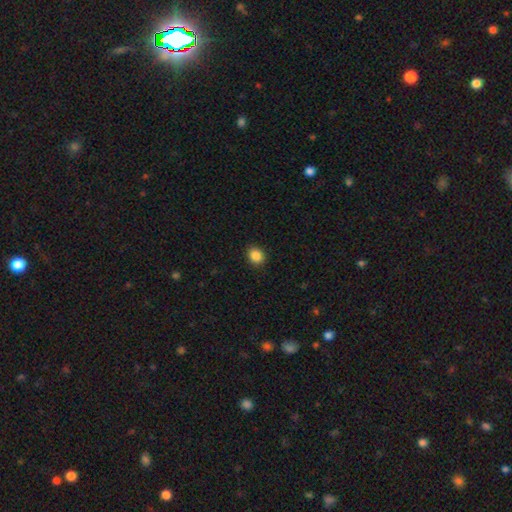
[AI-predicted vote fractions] Smooth or featured? Predicted: smooth (p=0.87). How rounded? Predicted: round (p=0.63). Merging? Predicted: none (p=0.91).